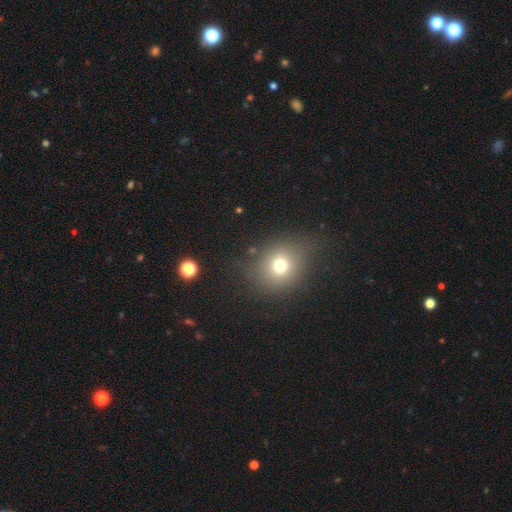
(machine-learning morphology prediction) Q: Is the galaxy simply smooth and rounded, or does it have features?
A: smooth — 62%.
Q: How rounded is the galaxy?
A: round — 69%.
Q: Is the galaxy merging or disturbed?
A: none — 87%.